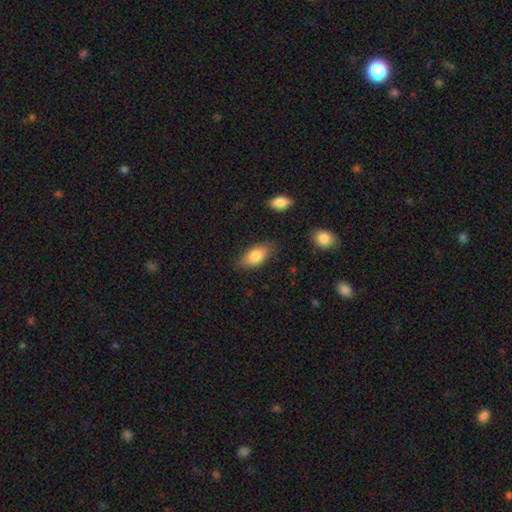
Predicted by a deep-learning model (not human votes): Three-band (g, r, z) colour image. It shows a smooth galaxy with no disk features (81%) that is in between round and cigar-shaped (90%). Merging: none (78%).